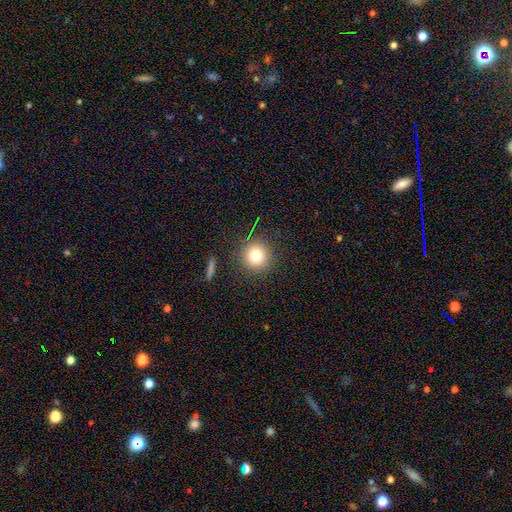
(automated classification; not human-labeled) A smooth galaxy with no disk features (78%) that is round (93%).

Vote fractions:
- Smooth or featured? smooth: 78% / star or artifact: 13% / featured or disk: 9%
- How rounded? round: 93% / in between: 6% / cigar-shaped: 1%
- Merging? none: 88% / minor disturbance: 7% / major disturbance: 3% / merger: 2%